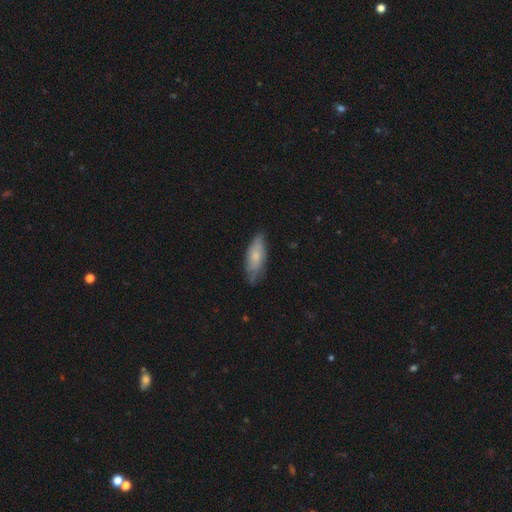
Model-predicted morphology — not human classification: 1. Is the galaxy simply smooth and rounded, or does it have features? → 64% smooth, 30% featured or disk, 6% star or artifact.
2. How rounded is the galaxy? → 65% in between, 33% cigar-shaped, 2% round.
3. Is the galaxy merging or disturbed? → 68% none, 26% minor disturbance, 5% major disturbance, 1% merger.